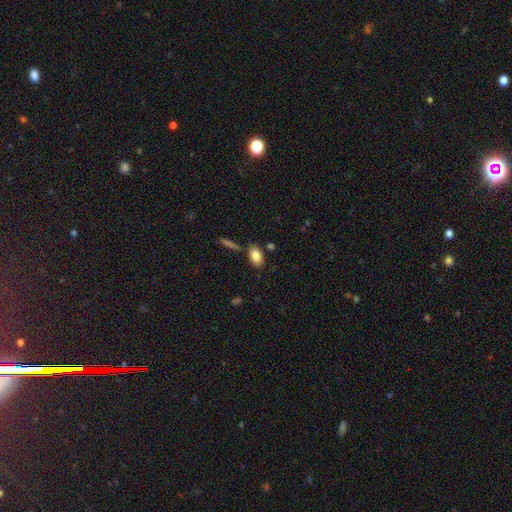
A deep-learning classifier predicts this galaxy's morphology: A smooth galaxy with no disk features (83%) that is in between round and cigar-shaped (90%). Merging: none (79%).